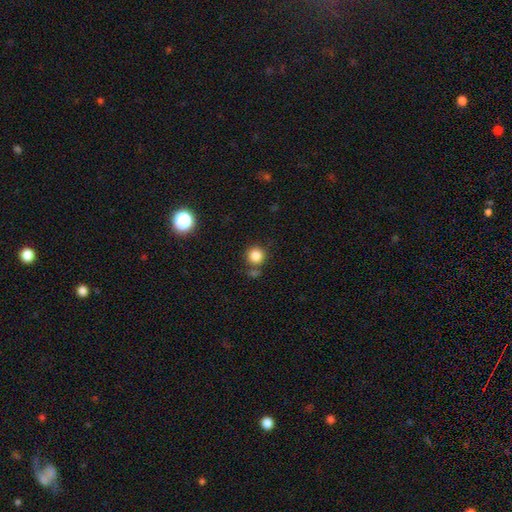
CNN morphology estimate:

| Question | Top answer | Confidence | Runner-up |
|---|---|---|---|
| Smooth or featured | smooth | 85% | star or artifact (11%) |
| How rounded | round | 94% | in between (5%) |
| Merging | none | 76% | merger (11%) |